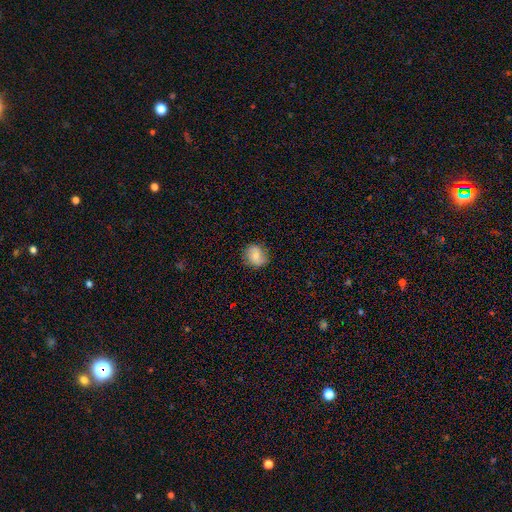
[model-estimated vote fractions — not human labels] Smooth or featured: smooth — 70% (featured or disk — 22%)
How rounded: round — 69% (in between — 29%)
Merging: none — 78% (minor disturbance — 17%)